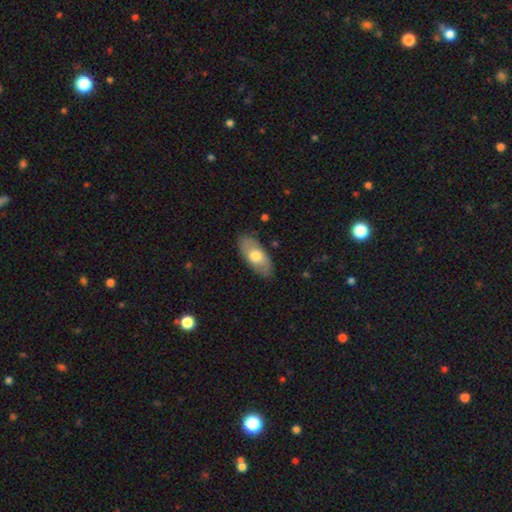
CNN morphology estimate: This is likely a smooth galaxy (66%). How rounded: clearly in between (91%). Merging: clearly none (83%).